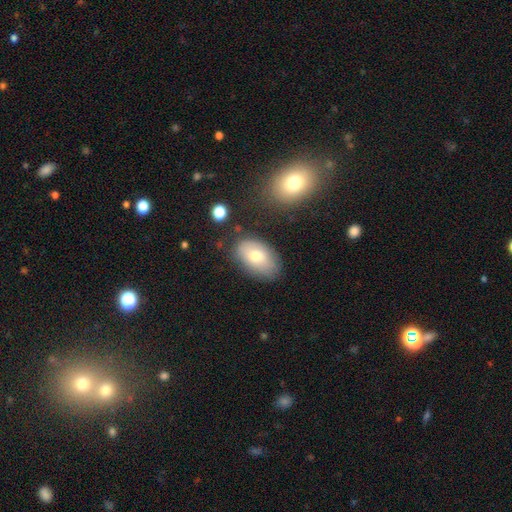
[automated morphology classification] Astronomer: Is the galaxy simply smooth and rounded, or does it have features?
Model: smooth — 73%.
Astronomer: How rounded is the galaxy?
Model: in between — 91%.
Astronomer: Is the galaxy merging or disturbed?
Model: none — 75%.